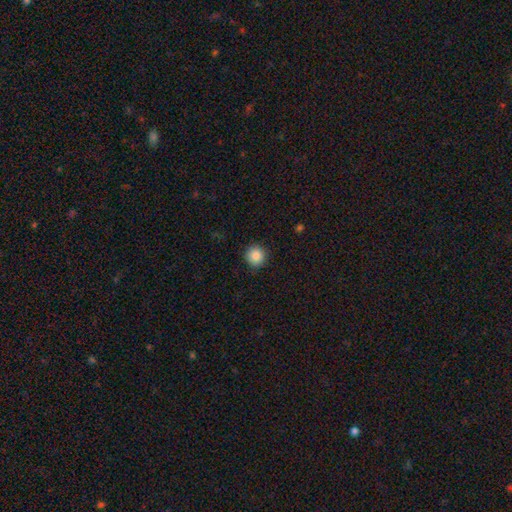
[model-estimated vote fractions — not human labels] smooth 88%, star or artifact 9%, featured or disk 3%. Down the decision tree: how rounded — round (94%); merging — none (90%).